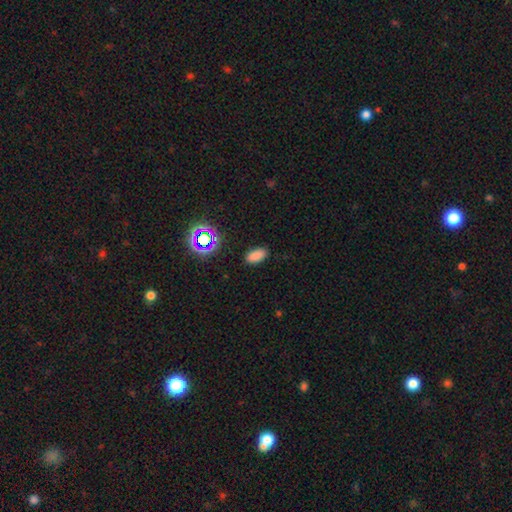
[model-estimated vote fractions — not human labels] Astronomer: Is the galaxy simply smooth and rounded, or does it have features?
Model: smooth — 80%.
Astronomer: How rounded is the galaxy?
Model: in between — 91%.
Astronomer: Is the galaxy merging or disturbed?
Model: none — 87%.